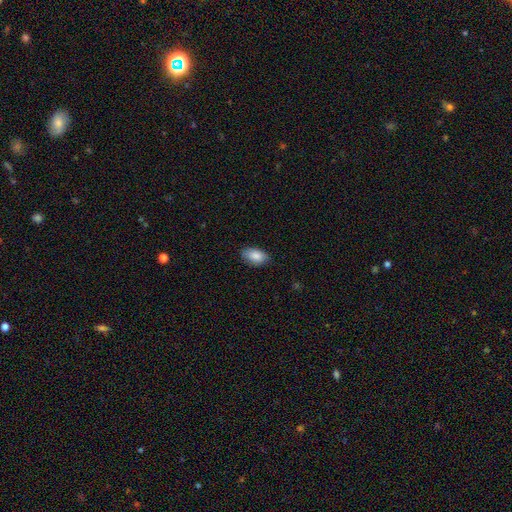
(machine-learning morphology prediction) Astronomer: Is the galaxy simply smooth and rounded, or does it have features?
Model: smooth — 87%.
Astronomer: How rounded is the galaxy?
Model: in between — 93%.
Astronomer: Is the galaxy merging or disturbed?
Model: none — 84%.